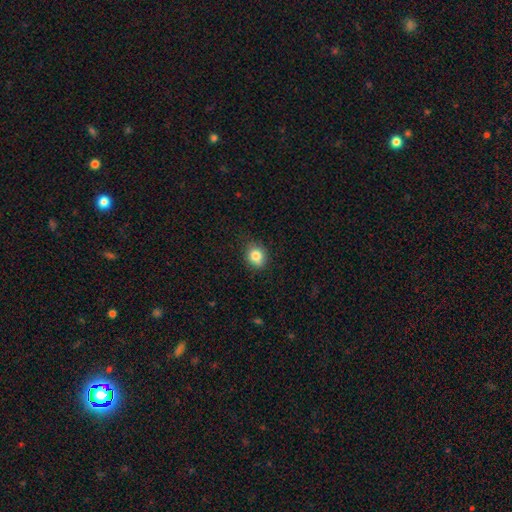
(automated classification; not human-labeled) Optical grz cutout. It shows a smooth galaxy with no disk features (83%) that is round (69%). Merging: none (82%).